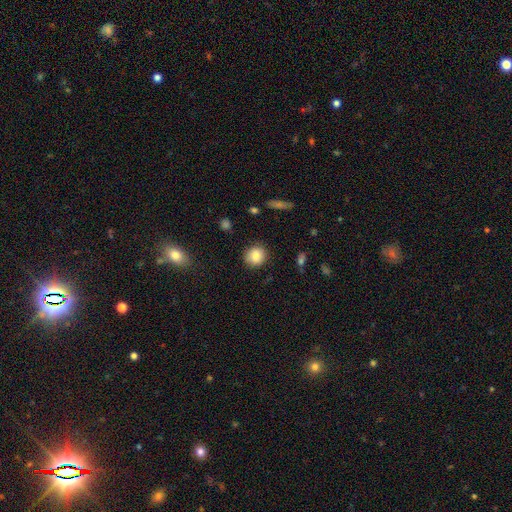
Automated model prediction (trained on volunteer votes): Smooth or featured: smooth — 84% (star or artifact — 9%)
How rounded: round — 80% (in between — 19%)
Merging: none — 86% (minor disturbance — 10%)